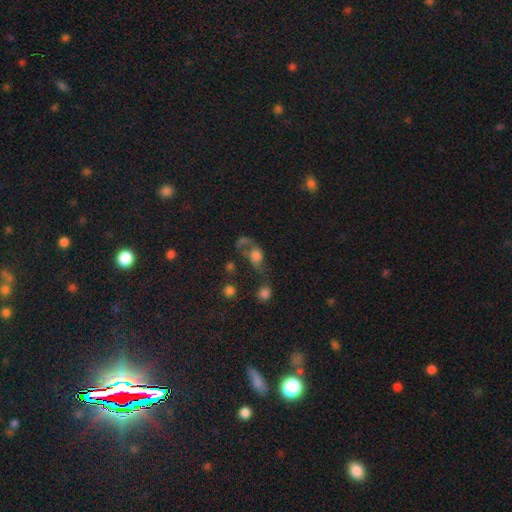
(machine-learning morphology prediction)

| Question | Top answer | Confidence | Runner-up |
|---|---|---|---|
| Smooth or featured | smooth | 46% | featured or disk (37%) |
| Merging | major disturbance | 38% | none (24%) |